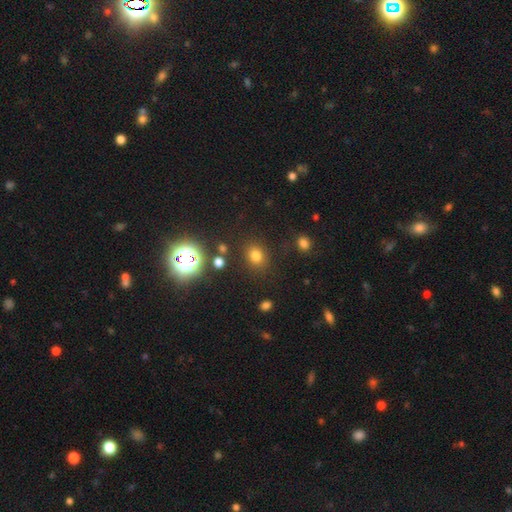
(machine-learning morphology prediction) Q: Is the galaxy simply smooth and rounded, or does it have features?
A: smooth — 73%.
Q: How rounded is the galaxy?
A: round — 61%.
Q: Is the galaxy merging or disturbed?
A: none — 82%.